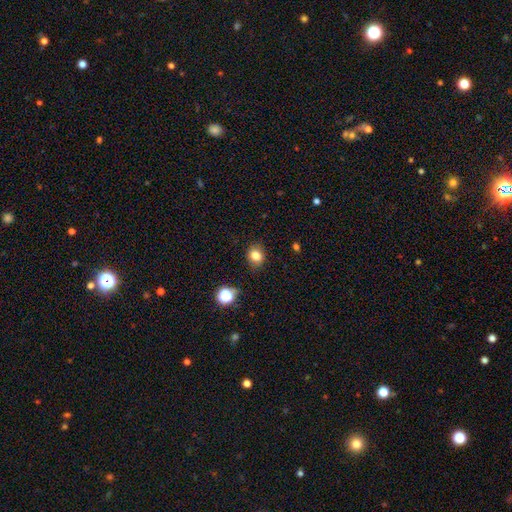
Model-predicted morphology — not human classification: This appears to be a smooth galaxy with no disk features (80%) that is round (61%). Merging: none (84%).